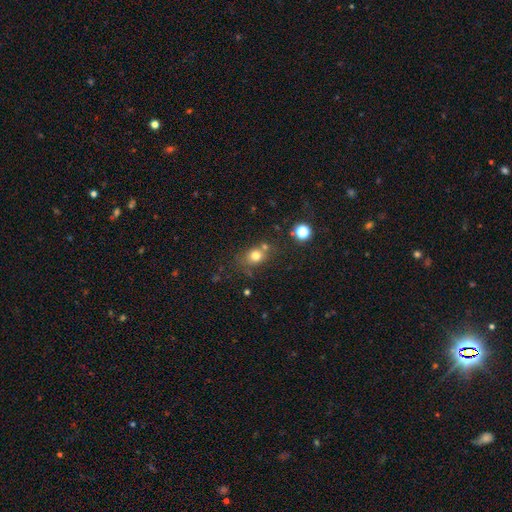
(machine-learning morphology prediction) Smooth or featured? smooth (76%)
How rounded? round (62%)
Merging? none (61%)